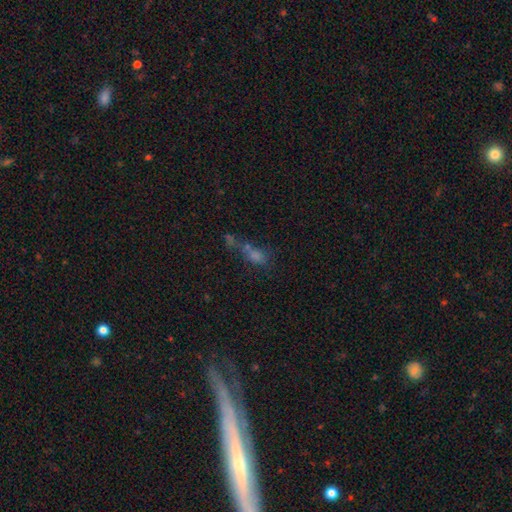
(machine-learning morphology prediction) This is possibly a smooth galaxy (52%). How rounded: likely in between (63%). Merging: possibly merger (47%).